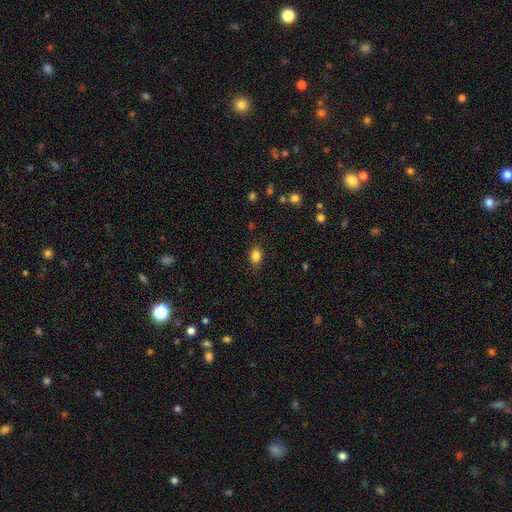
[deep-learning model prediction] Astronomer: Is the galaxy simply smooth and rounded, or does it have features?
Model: smooth — 84%.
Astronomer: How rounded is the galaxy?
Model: in between — 72%.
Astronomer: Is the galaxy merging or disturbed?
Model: none — 81%.